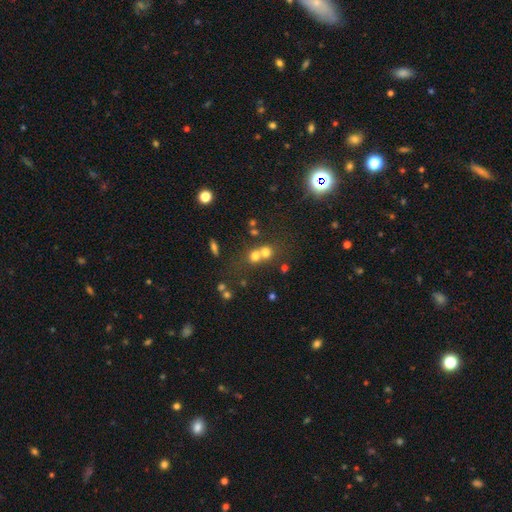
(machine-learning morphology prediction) Smooth or featured: smooth — 67% (star or artifact — 18%)
How rounded: round — 80% (in between — 19%)
Merging: merger — 55% (none — 36%)